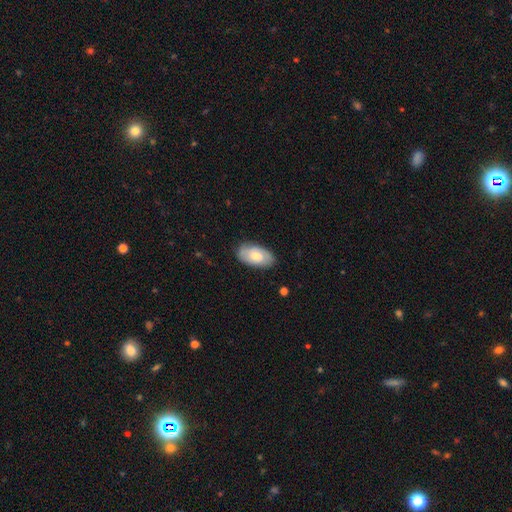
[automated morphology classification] Smooth or featured? smooth (62%)
How rounded? in between (94%)
Merging? none (81%)